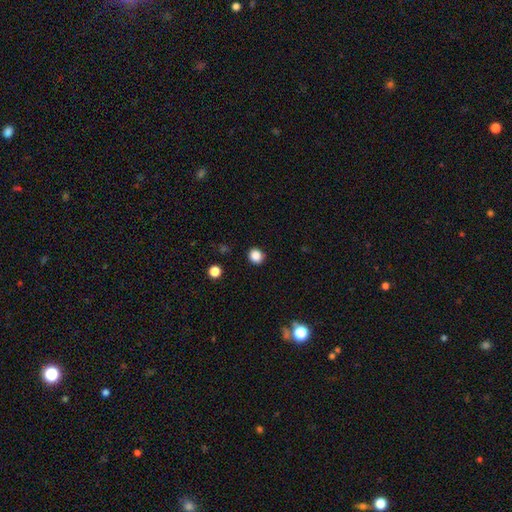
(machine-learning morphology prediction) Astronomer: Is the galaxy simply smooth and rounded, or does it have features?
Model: smooth — 86%.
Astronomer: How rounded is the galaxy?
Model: round — 83%.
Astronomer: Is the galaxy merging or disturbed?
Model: none — 90%.